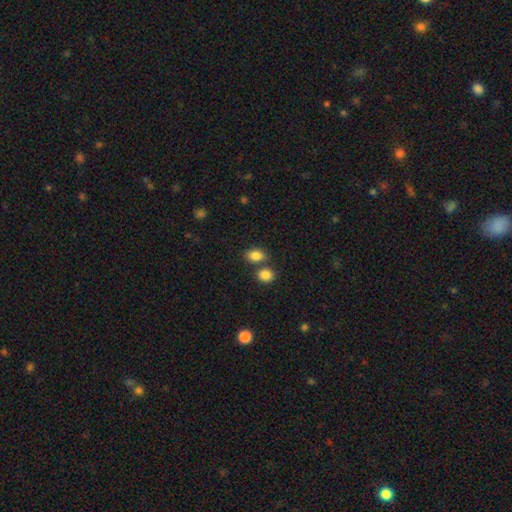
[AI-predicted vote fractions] Smooth or featured: smooth — 84% (star or artifact — 10%)
How rounded: in between — 71% (round — 28%)
Merging: none — 59% (merger — 27%)